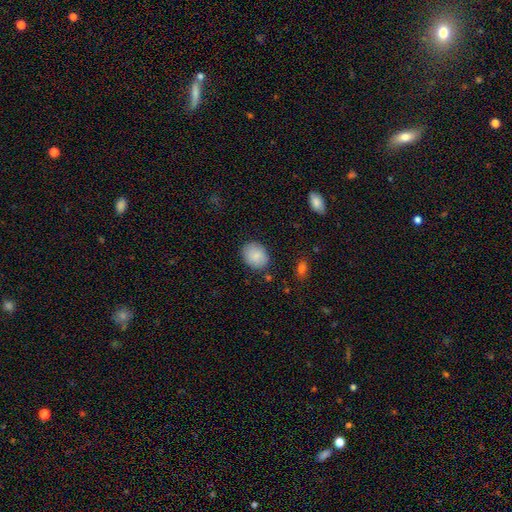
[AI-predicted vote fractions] smooth-or-featured: smooth: 87% | star or artifact: 7% | featured or disk: 6%
  how-rounded: in between: 57% | round: 42% | cigar-shaped: 1%
  merging: none: 83% | minor disturbance: 12% | major disturbance: 3% | merger: 2%